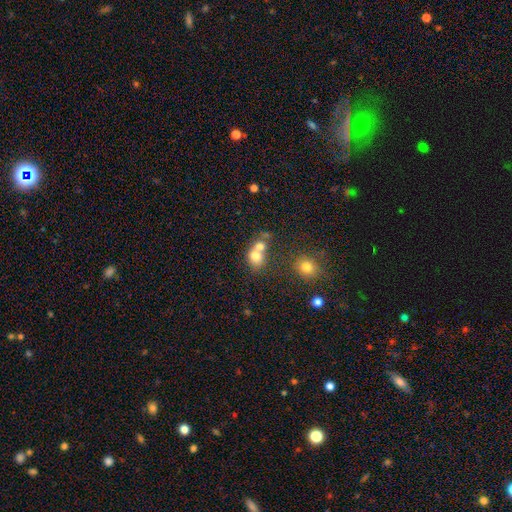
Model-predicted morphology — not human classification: Smooth or featured? Predicted: smooth (p=0.74). How rounded? Predicted: round (p=0.68). Merging? Predicted: merger (p=0.58).